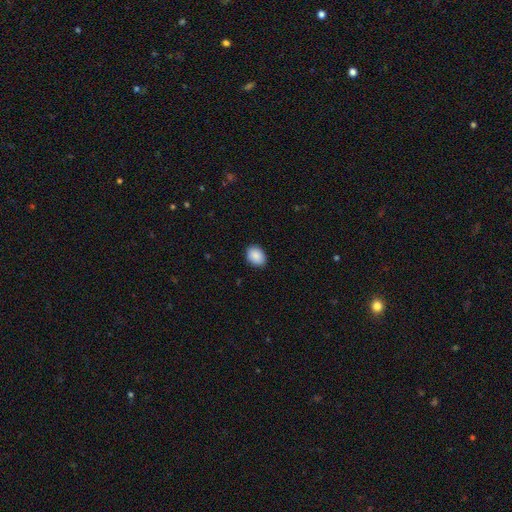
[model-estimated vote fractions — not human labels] smooth 89%, star or artifact 7%, featured or disk 4%. Down the decision tree: how rounded — in between (71%); merging — none (89%).